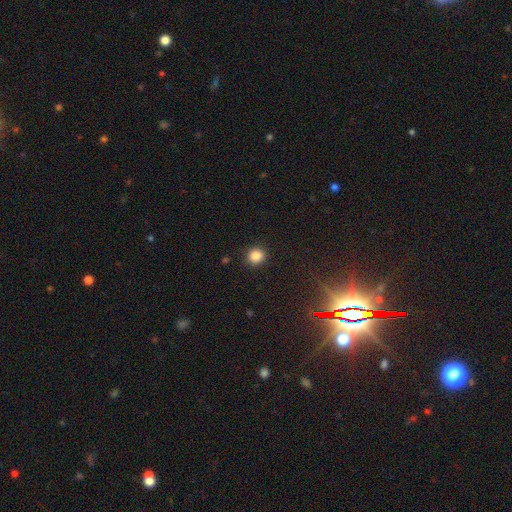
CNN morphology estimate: A smooth galaxy with no disk features (84%) that is round (87%). Merging: none (91%).